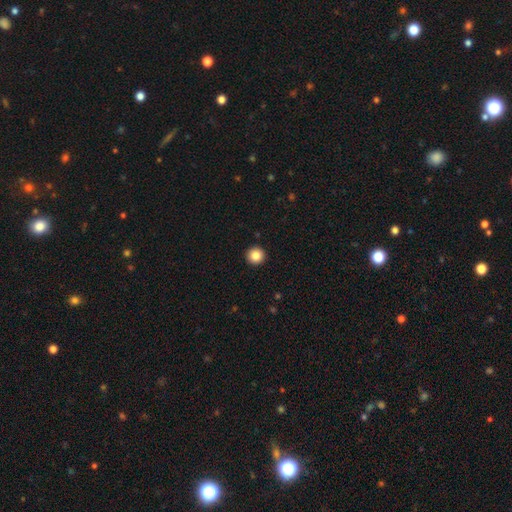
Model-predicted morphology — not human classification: This is clearly a smooth galaxy (85%). How rounded: clearly round (96%). Merging: clearly none (94%).